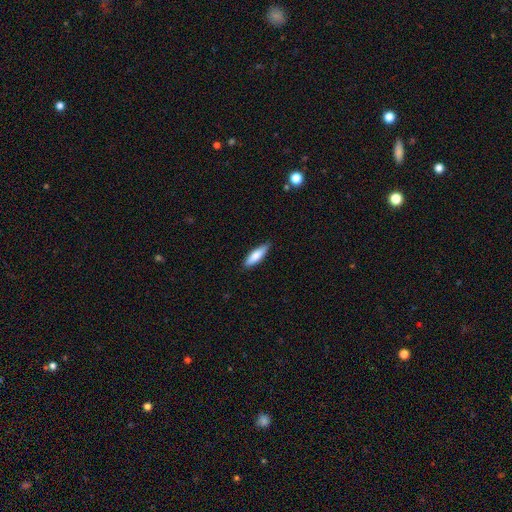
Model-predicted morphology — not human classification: A smooth galaxy with no disk features (79%) that is cigar-shaped (54%). Merging: none (85%).